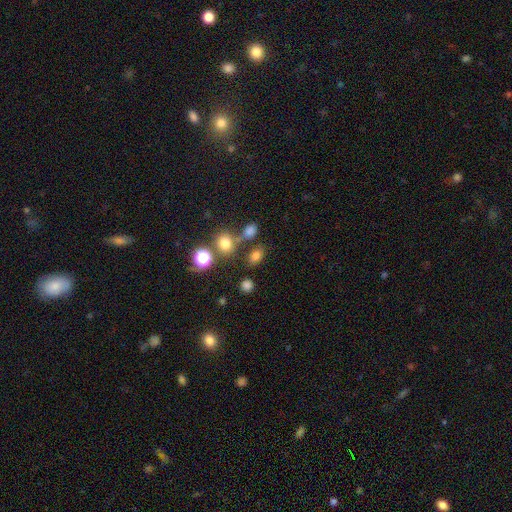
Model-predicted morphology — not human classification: This appears to be a smooth galaxy with no disk features (75%) that is in between round and cigar-shaped (72%). Merging: none (70%).